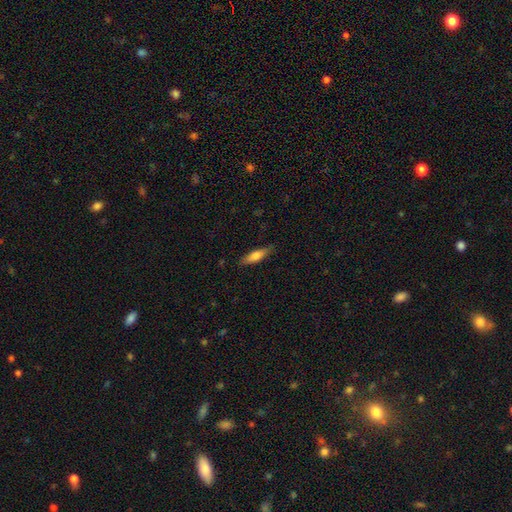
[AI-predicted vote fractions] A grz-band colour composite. It shows a smooth galaxy with no disk features (67%) that is cigar-shaped (63%). Merging: none (83%).